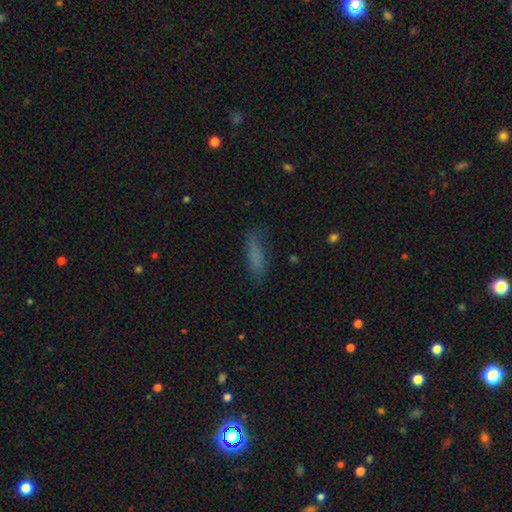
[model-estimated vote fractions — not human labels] smooth-or-featured: smooth: 72% | featured or disk: 16% | star or artifact: 12%
  how-rounded: cigar-shaped: 55% | in between: 42% | round: 3%
  merging: none: 67% | minor disturbance: 22% | major disturbance: 9% | merger: 2%